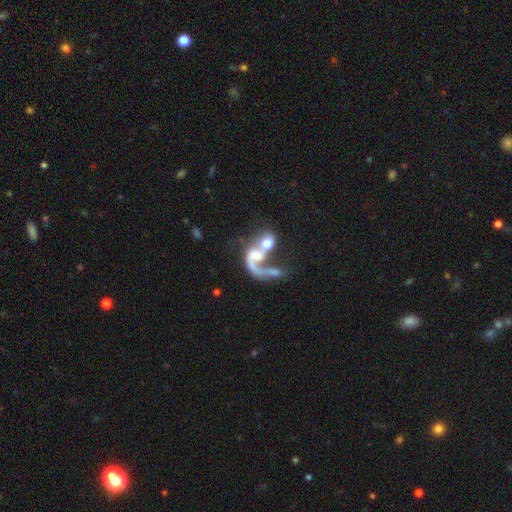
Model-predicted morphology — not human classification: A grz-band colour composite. It shows a featured or disk galaxy (70%) with no bar (61%), 1 (78%) loose (76%) spiral arms (79%) and a moderate central bulge (39%). Merging: merger (64%).